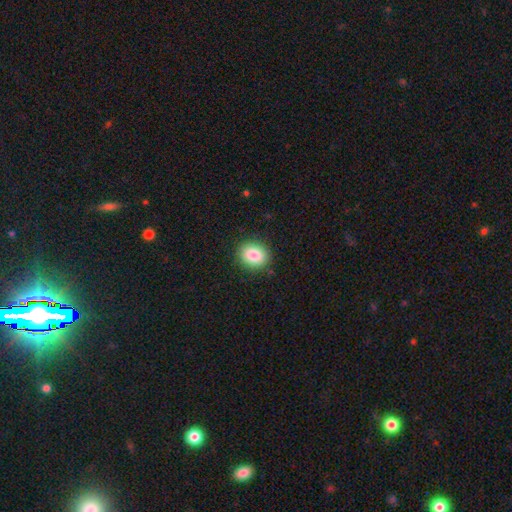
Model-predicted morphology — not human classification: Smooth or featured: smooth — 85% (star or artifact — 9%)
How rounded: round — 58% (in between — 41%)
Merging: none — 88% (minor disturbance — 8%)